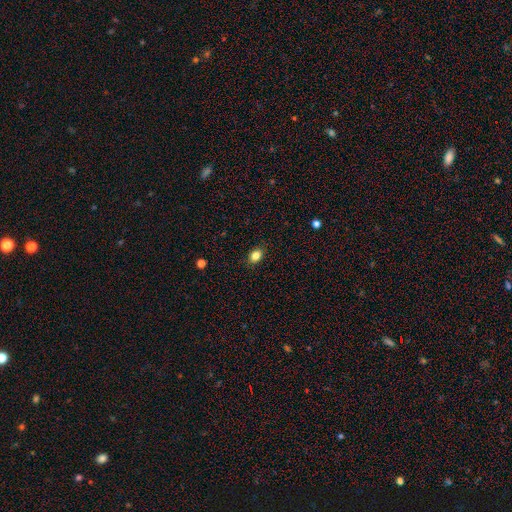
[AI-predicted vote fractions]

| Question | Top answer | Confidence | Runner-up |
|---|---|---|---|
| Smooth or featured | smooth | 83% | star or artifact (11%) |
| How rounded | in between | 63% | round (36%) |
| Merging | none | 87% | minor disturbance (9%) |